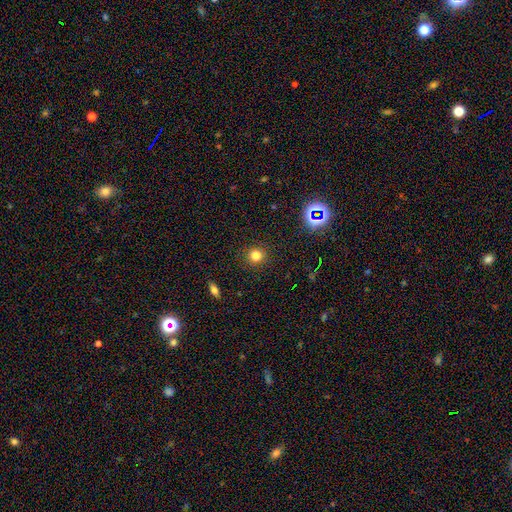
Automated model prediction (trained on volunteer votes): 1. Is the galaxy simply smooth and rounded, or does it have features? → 79% smooth, 15% star or artifact, 6% featured or disk.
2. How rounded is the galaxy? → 91% round, 8% in between, 1% cigar-shaped.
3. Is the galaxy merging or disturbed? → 91% none, 6% minor disturbance, 2% major disturbance, 1% merger.